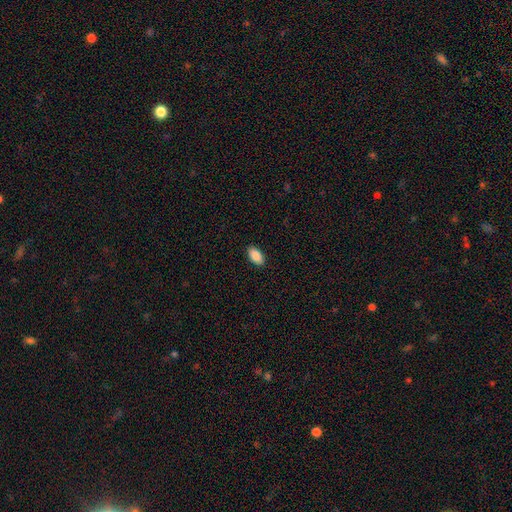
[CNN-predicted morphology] This appears to be a smooth galaxy with no disk features (89%) that is in between round and cigar-shaped (94%). Merging: none (90%).